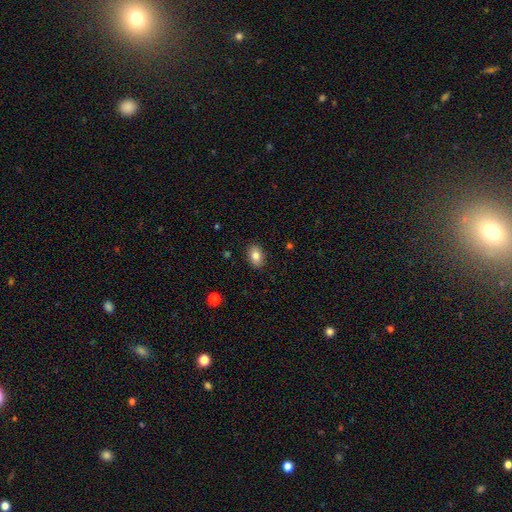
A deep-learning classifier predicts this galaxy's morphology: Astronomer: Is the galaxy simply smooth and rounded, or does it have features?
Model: smooth — 81%.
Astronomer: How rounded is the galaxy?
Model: in between — 85%.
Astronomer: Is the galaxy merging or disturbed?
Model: none — 88%.